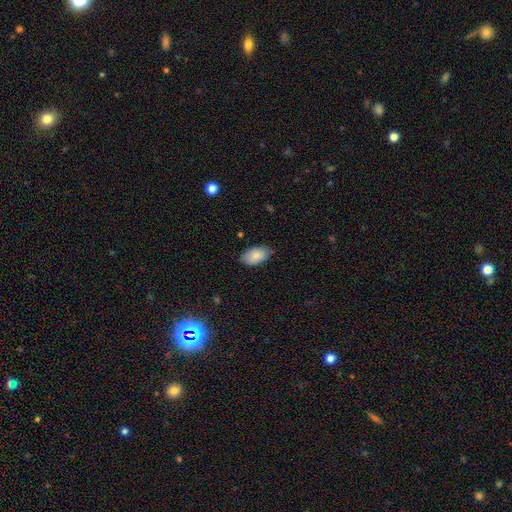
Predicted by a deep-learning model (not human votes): Smooth or featured? Predicted: smooth (p=0.85). How rounded? Predicted: in between (p=0.95). Merging? Predicted: none (p=0.80).